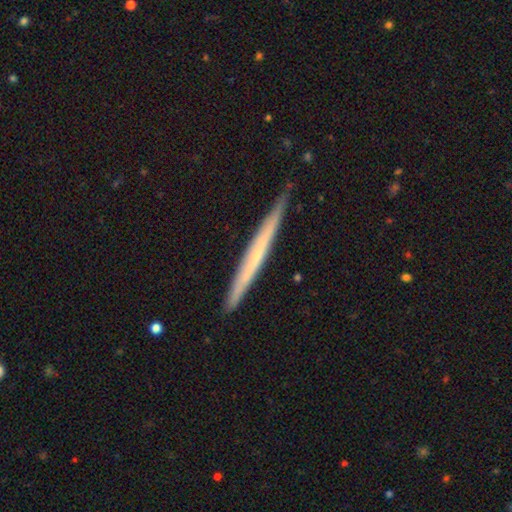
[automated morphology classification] Smooth or featured? featured or disk (59%)
Edge-on disk? yes (96%)
Edge-on bulge? none (78%)
Merging? none (86%)